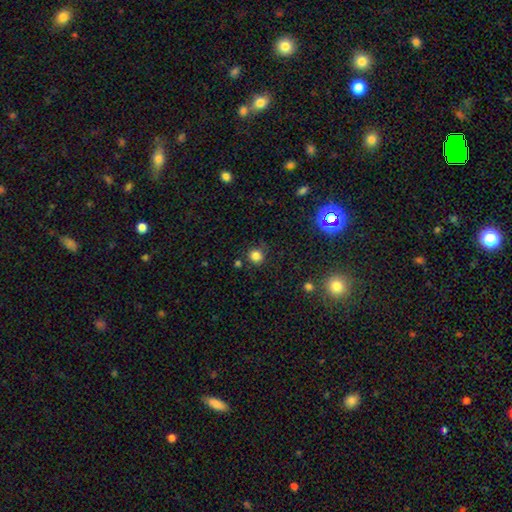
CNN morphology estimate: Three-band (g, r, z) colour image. It shows a smooth galaxy with no disk features (81%) that is round (90%). Merging: none (83%).